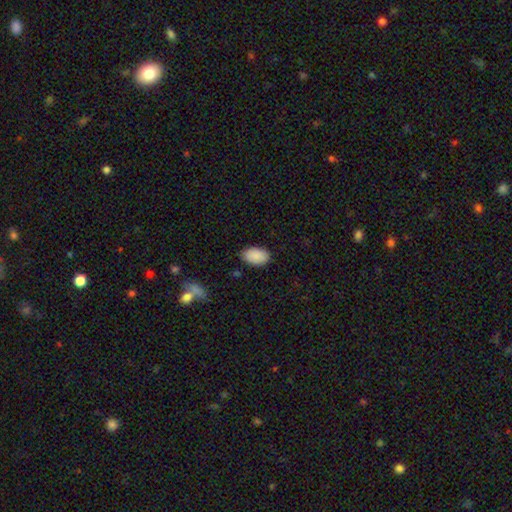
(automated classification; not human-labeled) Q: Smooth or featured?
A: smooth (90%); runner-up: star or artifact (7%)
Q: How rounded?
A: in between (93%); runner-up: round (6%)
Q: Merging?
A: none (83%); runner-up: minor disturbance (13%)